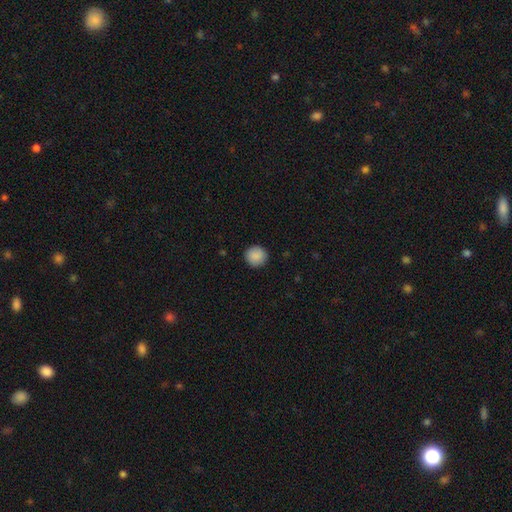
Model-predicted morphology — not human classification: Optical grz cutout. It shows a smooth galaxy with no disk features (89%) that is round (95%). Merging: none (92%).